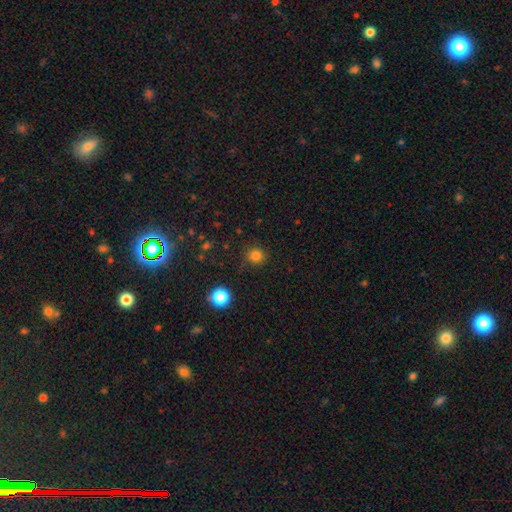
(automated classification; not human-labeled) smooth_or_featured: smooth (p=0.80) [alt: star or artifact p=0.16]
how_rounded: round (p=0.92) [alt: in between p=0.07]
merging: none (p=0.86) [alt: minor disturbance p=0.09]